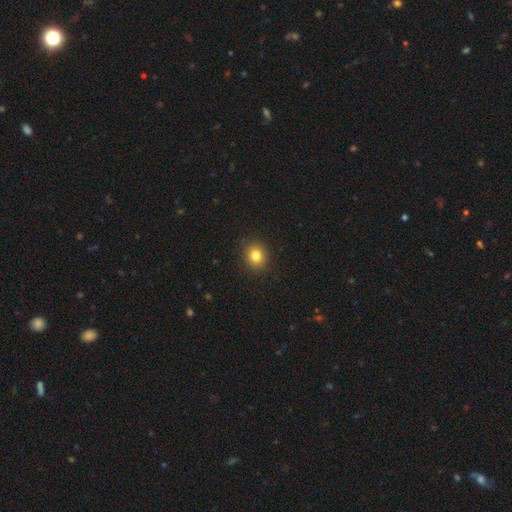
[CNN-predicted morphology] smooth-or-featured: smooth: 82% | star or artifact: 11% | featured or disk: 6%
  how-rounded: round: 73% | in between: 26% | cigar-shaped: 1%
  merging: none: 90% | minor disturbance: 7% | major disturbance: 2% | merger: 1%